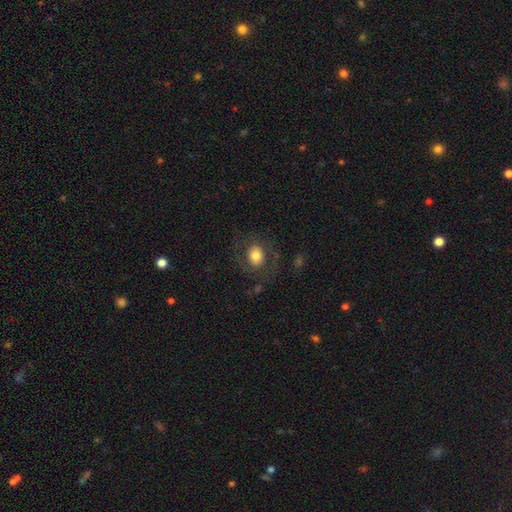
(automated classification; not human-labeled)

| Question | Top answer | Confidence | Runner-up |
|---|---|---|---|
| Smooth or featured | smooth | 64% | featured or disk (28%) |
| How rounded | round | 50% | in between (49%) |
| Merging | none | 70% | minor disturbance (14%) |